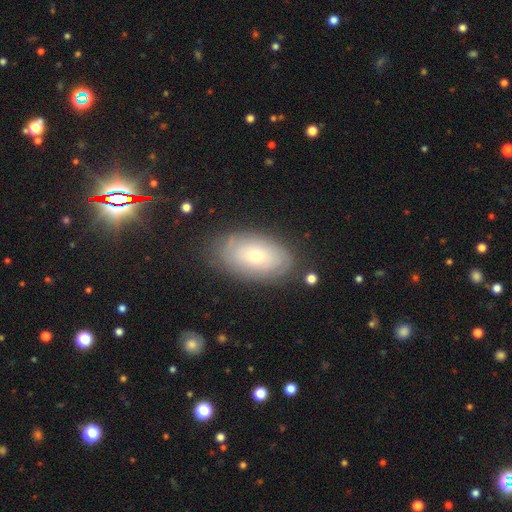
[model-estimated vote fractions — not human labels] Smooth or featured: featured or disk — 46% (tied with smooth — 46%)
Merging: none — 78% (minor disturbance — 16%)